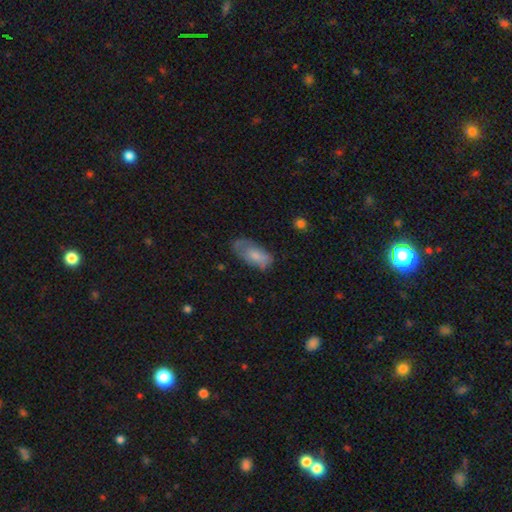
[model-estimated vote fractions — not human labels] This appears to be a smooth galaxy with no disk features (71%) that is in between round and cigar-shaped (88%). Merging: none (52%).